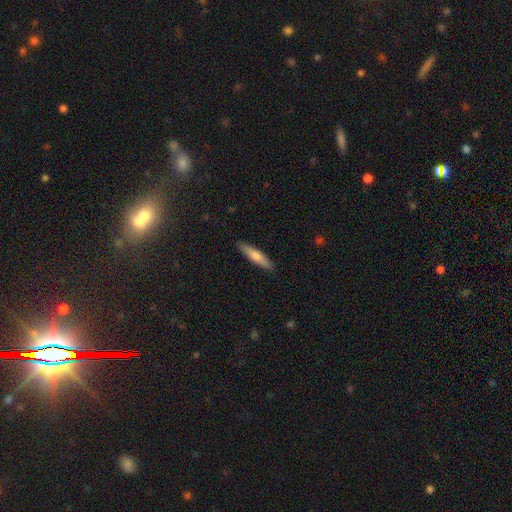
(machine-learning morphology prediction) Overall: smooth (65%; featured or disk 29%). How rounded: cigar-shaped (84%). Merging: none (90%).